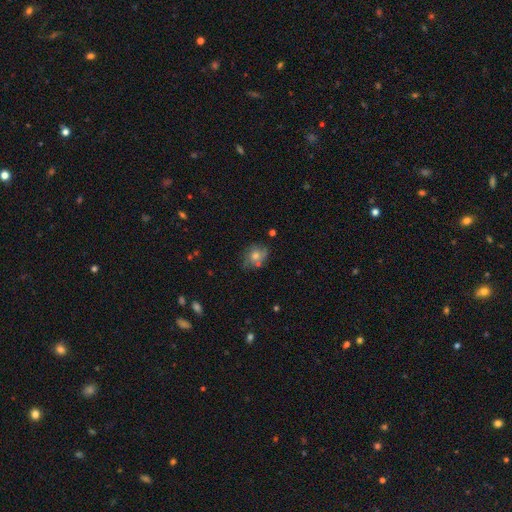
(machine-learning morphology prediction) Smooth or featured? smooth (47%)
Merging? none (62%)